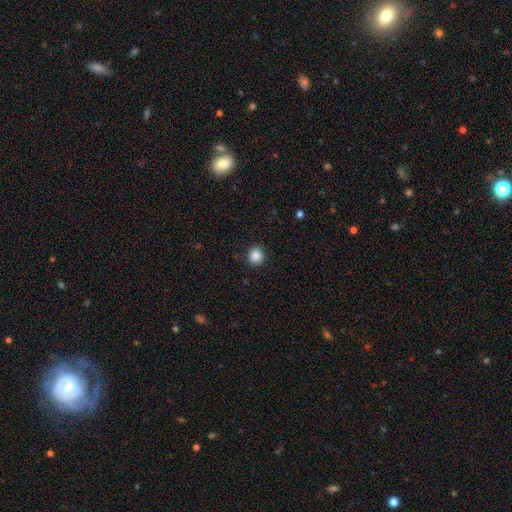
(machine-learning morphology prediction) Smooth or featured? smooth (87%)
How rounded? round (87%)
Merging? none (90%)